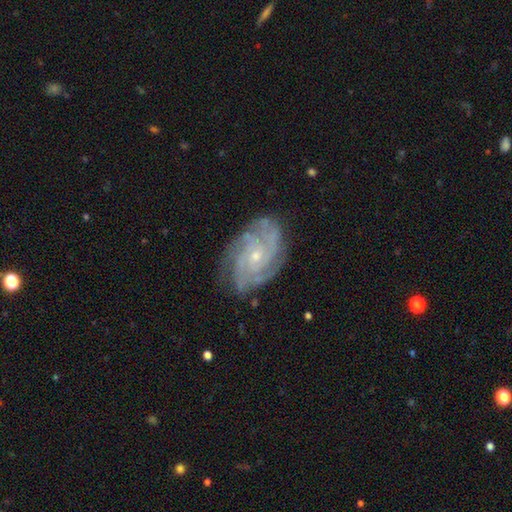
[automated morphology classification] smooth-or-featured: featured or disk: 87% | star or artifact: 6% | smooth: 6%
  disk-edge-on: no: 96% | yes: 4%
    bar: no: 73% | weak: 22% | strong: 5%
    has-spiral-arms: yes: 98% | no: 2%
      spiral-winding: tight: 70% | medium: 26% | loose: 4%
      spiral-arm-count: 4: 29% | can't tell: 22% | 3: 20% | 2: 11% | more than 4: 10% | 1: 7%
    bulge-size: small: 72% | moderate: 24% | none: 2% | large: 1% | dominant: 1%
  merging: none: 79% | minor disturbance: 15% | major disturbance: 4% | merger: 1%